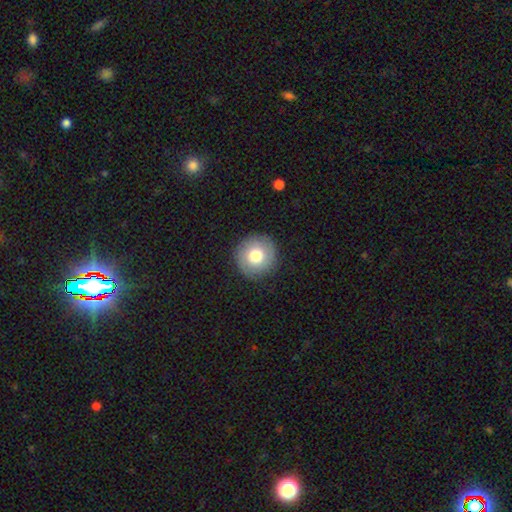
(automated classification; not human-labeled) A smooth galaxy with no disk features (74%) that is round (95%). Merging: none (89%).